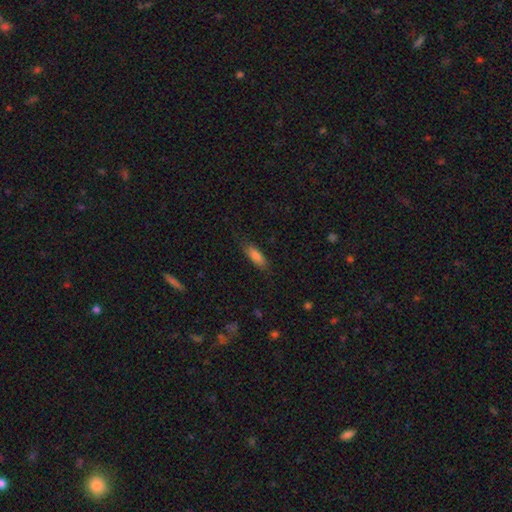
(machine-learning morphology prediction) Smooth or featured? smooth (82%)
How rounded? in between (58%)
Merging? none (78%)